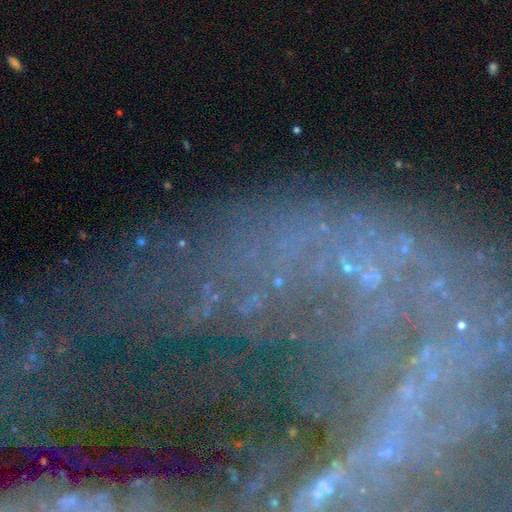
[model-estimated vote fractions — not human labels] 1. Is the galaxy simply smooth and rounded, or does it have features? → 50% featured or disk, 34% star or artifact, 16% smooth.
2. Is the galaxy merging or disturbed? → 45% none, 25% major disturbance, 17% minor disturbance, 13% merger.